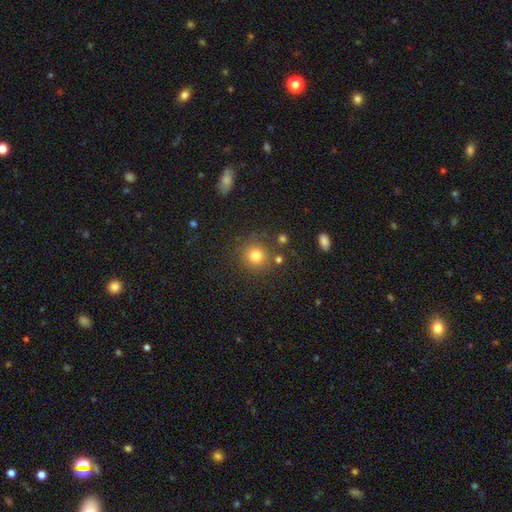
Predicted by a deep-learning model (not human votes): Overall: smooth (79%). How rounded: round (91%). Merging: none (83%).